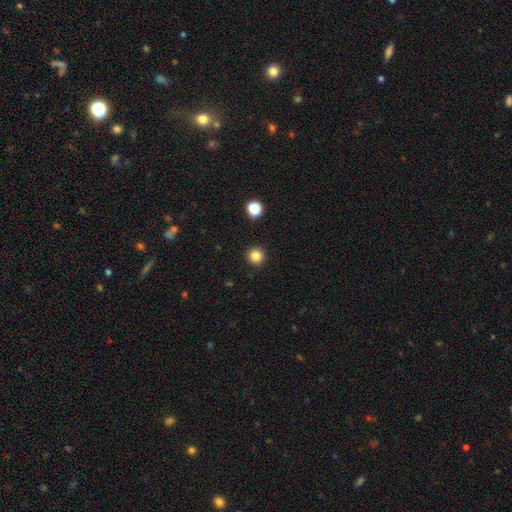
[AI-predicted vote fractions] Morphology: type=smooth (83%); roundness=round (95%); merging=none (93%).